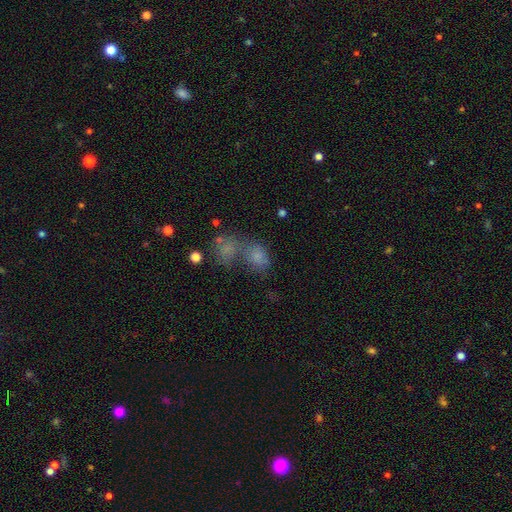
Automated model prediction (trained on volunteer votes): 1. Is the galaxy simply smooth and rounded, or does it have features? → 64% smooth, 19% star or artifact, 17% featured or disk.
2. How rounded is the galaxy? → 66% in between, 32% round, 2% cigar-shaped.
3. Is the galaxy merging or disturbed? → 54% merger, 25% none, 10% major disturbance, 10% minor disturbance.